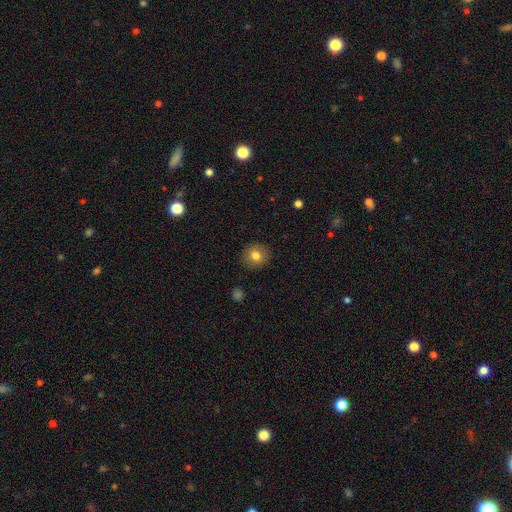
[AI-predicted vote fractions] Smooth or featured: smooth — 80% (featured or disk — 10%)
How rounded: round — 89% (in between — 10%)
Merging: none — 90% (minor disturbance — 7%)